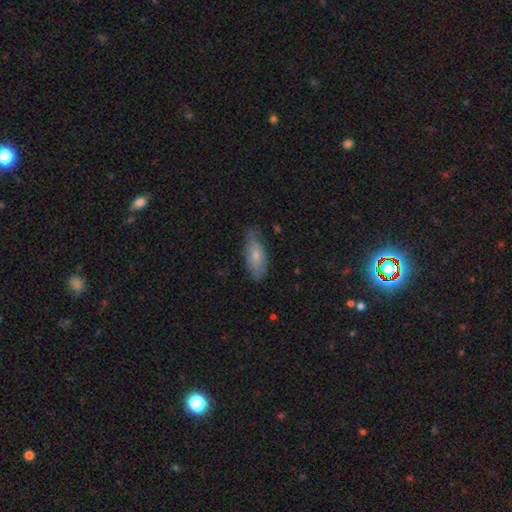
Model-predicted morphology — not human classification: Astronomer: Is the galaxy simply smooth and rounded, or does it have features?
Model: smooth — 65%.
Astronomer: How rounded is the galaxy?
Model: in between — 79%.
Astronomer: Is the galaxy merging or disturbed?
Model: none — 70%.